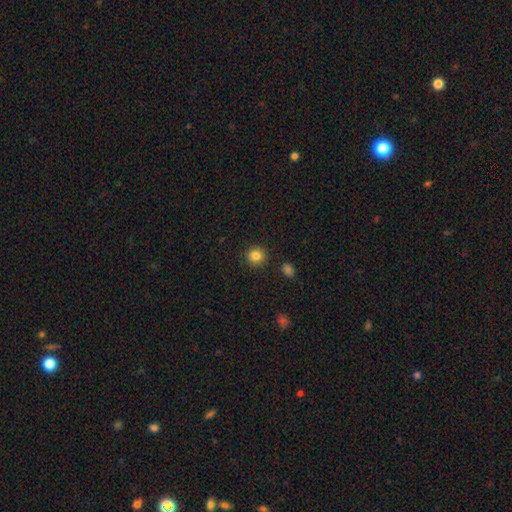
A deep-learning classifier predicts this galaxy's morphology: Q: Smooth or featured?
A: smooth (84%); runner-up: star or artifact (11%)
Q: How rounded?
A: round (90%); runner-up: in between (9%)
Q: Merging?
A: none (89%); runner-up: minor disturbance (6%)